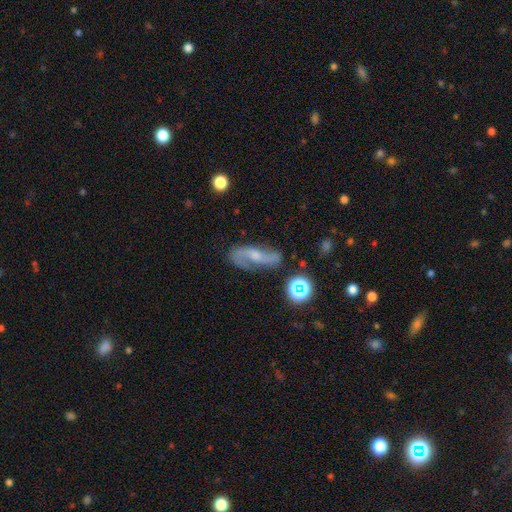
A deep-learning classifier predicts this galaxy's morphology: type=featured or disk (75%); edge-on=no (91%); bar=no (43%); spiral arms=yes (93%); winding=loose (56%); arm count=2 (89%); bulge=moderate (43%); merging=none (72%).